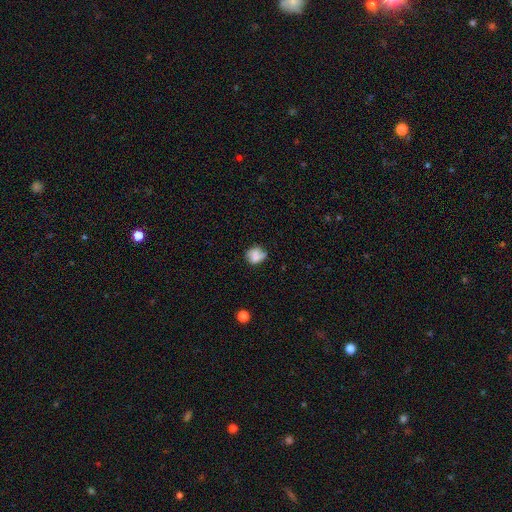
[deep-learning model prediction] Smooth or featured? Predicted: smooth (p=0.62). How rounded? Predicted: round (p=0.62). Merging? Predicted: none (p=0.49).